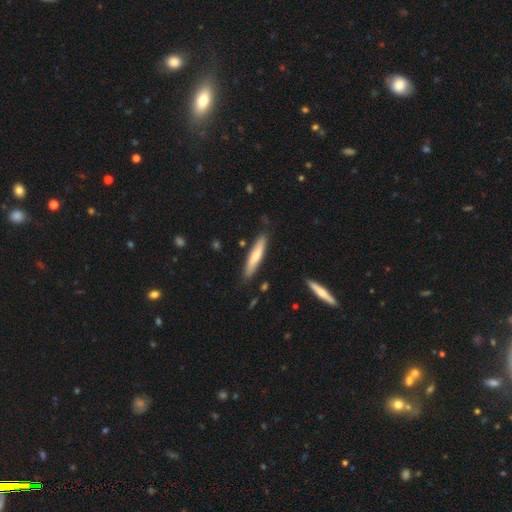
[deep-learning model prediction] This is likely a smooth galaxy (66%). How rounded: clearly cigar-shaped (87%). Merging: clearly none (84%).